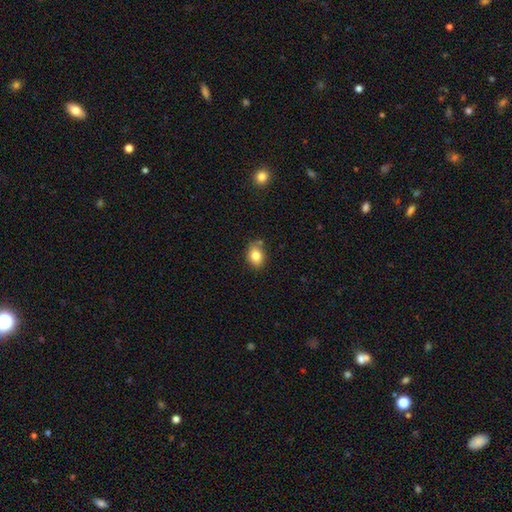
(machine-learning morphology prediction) A smooth galaxy with no disk features (81%) that is in between round and cigar-shaped (61%). Merging: none (75%).